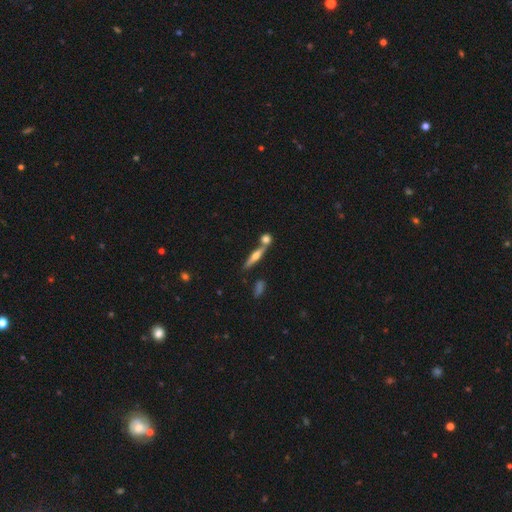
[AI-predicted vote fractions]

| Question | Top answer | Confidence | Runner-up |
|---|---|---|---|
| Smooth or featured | featured or disk | 58% | smooth (34%) |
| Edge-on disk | yes | 94% | no (6%) |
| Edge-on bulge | rounded | 89% | none (6%) |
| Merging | none | 65% | merger (23%) |